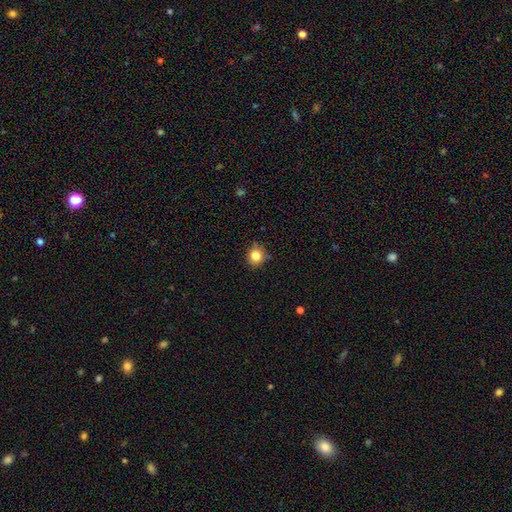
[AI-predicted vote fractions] Smooth or featured? smooth (82%)
How rounded? round (87%)
Merging? none (83%)